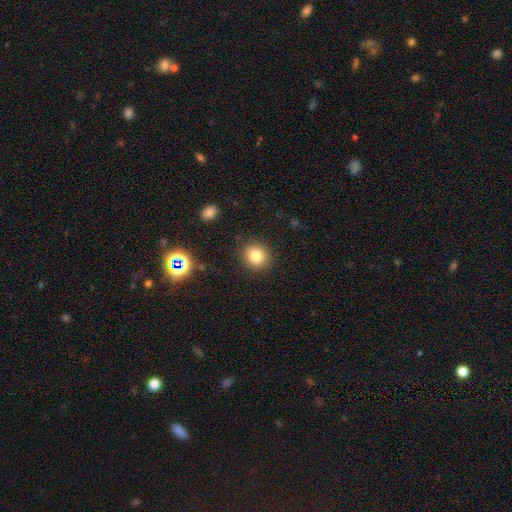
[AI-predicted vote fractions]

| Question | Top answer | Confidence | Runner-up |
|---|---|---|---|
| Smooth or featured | smooth | 80% | star or artifact (13%) |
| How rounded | round | 86% | in between (13%) |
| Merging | none | 90% | minor disturbance (7%) |